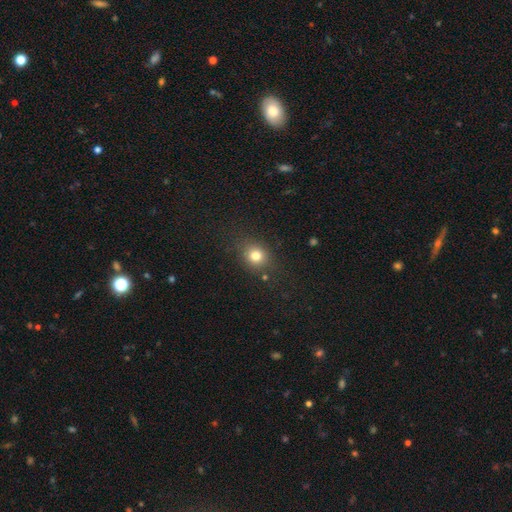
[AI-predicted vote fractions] smooth 78%, star or artifact 14%, featured or disk 8%. Down the decision tree: how rounded — round (73%); merging — none (82%).